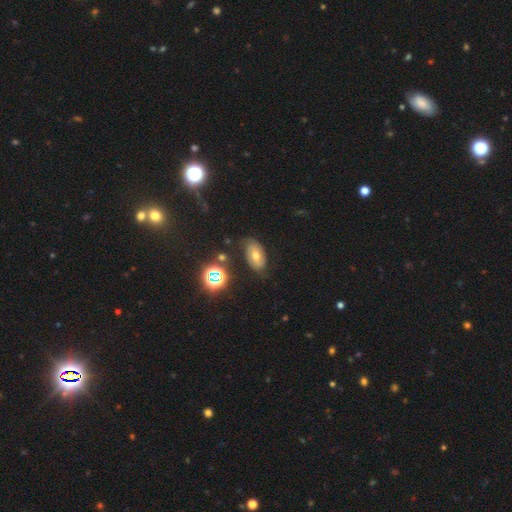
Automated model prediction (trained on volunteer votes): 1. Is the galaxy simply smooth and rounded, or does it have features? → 41% smooth, 38% featured or disk, 21% star or artifact.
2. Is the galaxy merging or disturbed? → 67% none, 23% minor disturbance, 8% major disturbance, 3% merger.